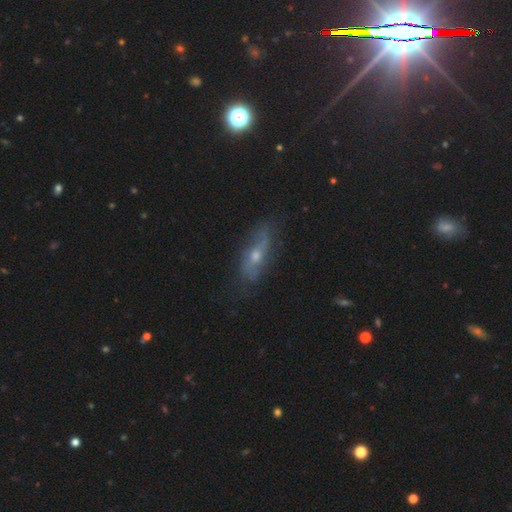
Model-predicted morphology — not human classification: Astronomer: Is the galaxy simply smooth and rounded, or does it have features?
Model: featured or disk — 58%.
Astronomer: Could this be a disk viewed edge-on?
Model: no — 72%.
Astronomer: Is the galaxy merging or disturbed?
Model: none — 68%.